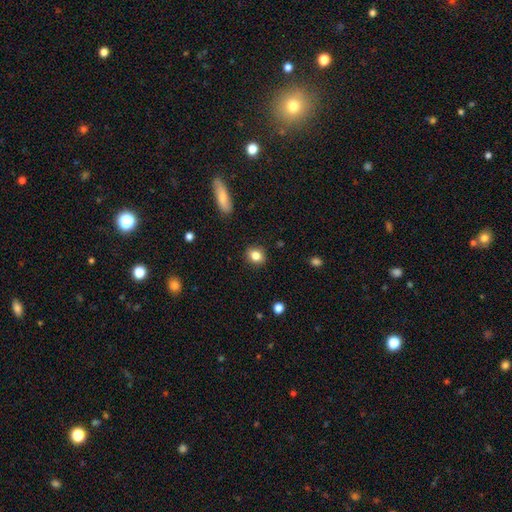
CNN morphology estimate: smooth-or-featured: smooth: 83% | star or artifact: 10% | featured or disk: 8%
  how-rounded: round: 57% | in between: 41% | cigar-shaped: 2%
  merging: none: 89% | minor disturbance: 8% | major disturbance: 2% | merger: 1%